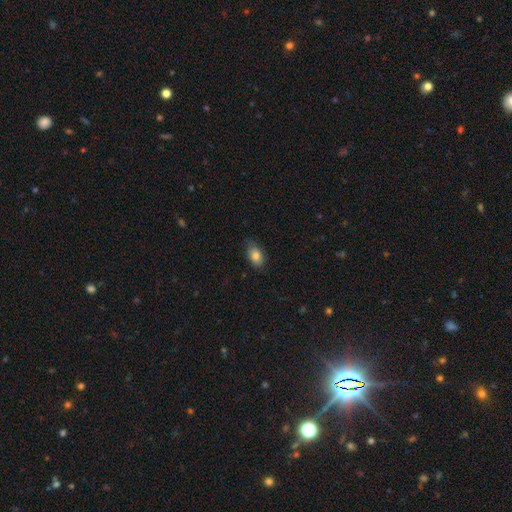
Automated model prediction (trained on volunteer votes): The model was most divided on "merging": none: 72%, minor disturbance: 23%, major disturbance: 4%, merger: 1%. More confident: how rounded — in between (87%); smooth or featured — smooth (81%).